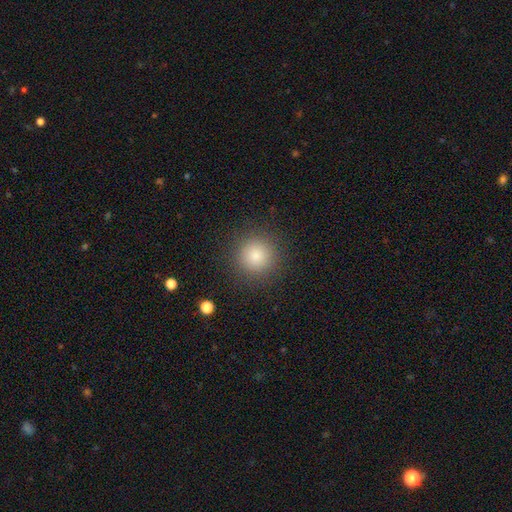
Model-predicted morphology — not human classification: Smooth or featured? Predicted: smooth (p=0.83). How rounded? Predicted: round (p=0.95). Merging? Predicted: none (p=0.90).